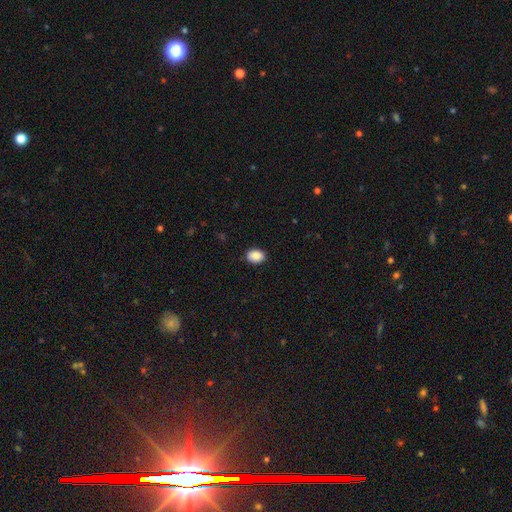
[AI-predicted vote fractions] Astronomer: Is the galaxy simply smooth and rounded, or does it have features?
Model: smooth — 89%.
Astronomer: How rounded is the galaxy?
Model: in between — 78%.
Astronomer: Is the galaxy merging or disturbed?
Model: none — 88%.